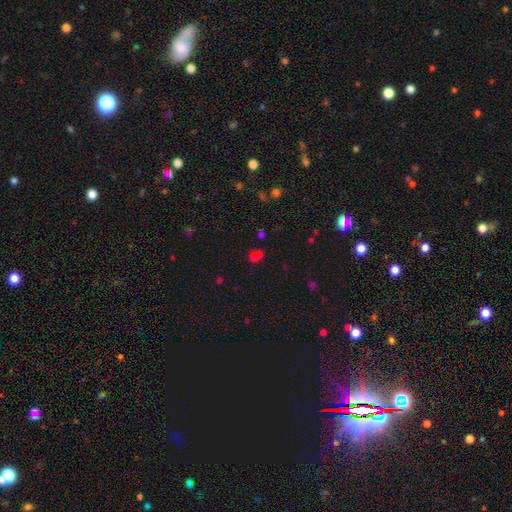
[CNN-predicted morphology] Smooth or featured: smooth — 48% (star or artifact — 40%)
Merging: none — 46% (merger — 30%)